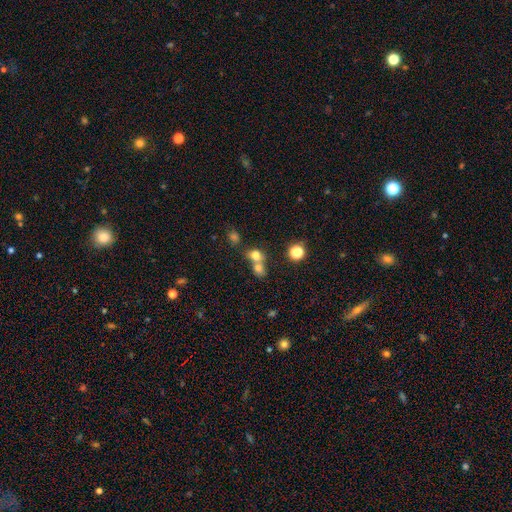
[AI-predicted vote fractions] Smooth or featured: smooth — 73% (star or artifact — 16%)
How rounded: round — 57% (in between — 41%)
Merging: merger — 56% (none — 32%)